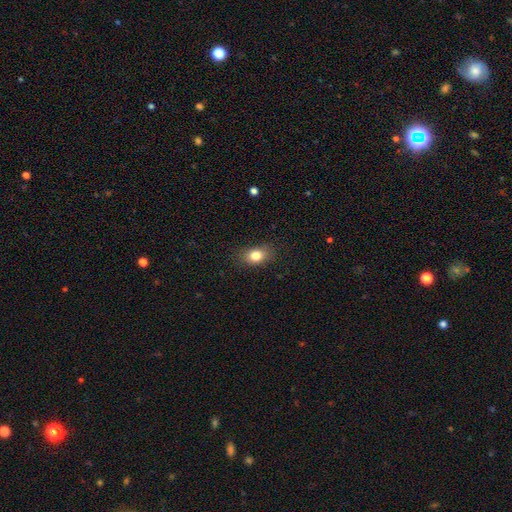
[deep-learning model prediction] Smooth or featured?
  - smooth: 82% *
  - star or artifact: 10%
  - featured or disk: 8%
How rounded?
  - in between: 73% *
  - round: 25%
  - cigar-shaped: 2%
Merging?
  - none: 83% *
  - minor disturbance: 13%
  - major disturbance: 3%
  - merger: 1%